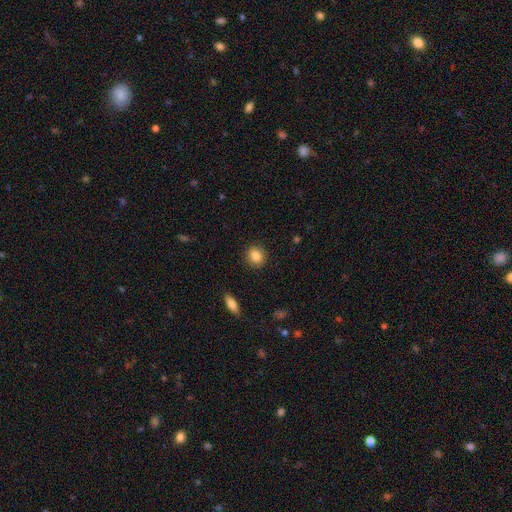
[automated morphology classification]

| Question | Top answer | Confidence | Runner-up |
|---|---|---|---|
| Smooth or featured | smooth | 86% | star or artifact (9%) |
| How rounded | round | 73% | in between (26%) |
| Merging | none | 90% | minor disturbance (7%) |